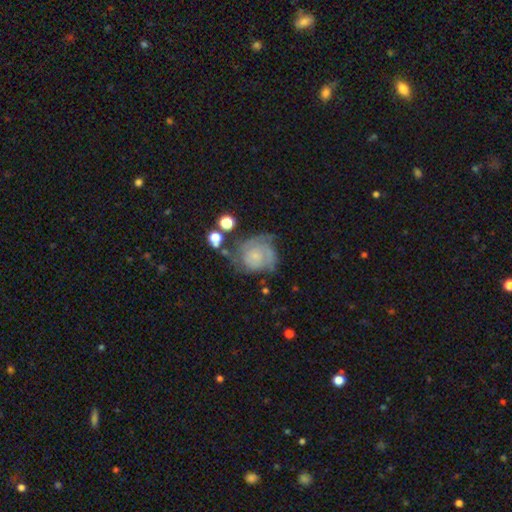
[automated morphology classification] smooth_or_featured: featured or disk (p=0.65) [alt: smooth p=0.26]
disk_edge_on: no (p=0.98) [alt: yes p=0.02]
bar: no (p=0.78) [alt: weak p=0.19]
has_spiral_arms: yes (p=0.85) [alt: no p=0.15]
spiral_winding: tight (p=0.58) [alt: medium p=0.31]
spiral_arm_count: can't tell (p=0.40) [alt: 2 p=0.29]
bulge_size: small (p=0.61) [alt: moderate p=0.19]
merging: none (p=0.47) [alt: minor disturbance p=0.26]